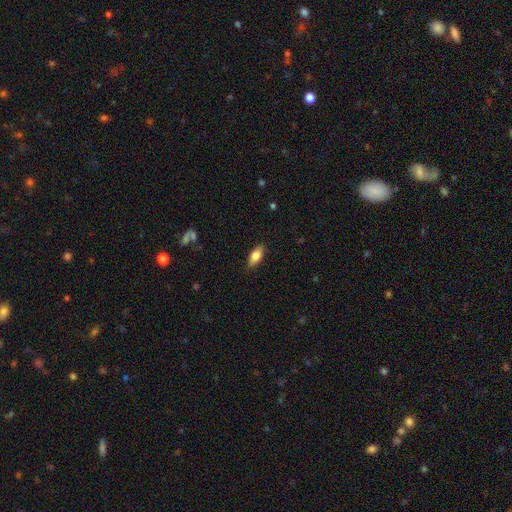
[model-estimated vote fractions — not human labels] Morphology: type=smooth (74%); roundness=in between (79%); merging=none (86%).